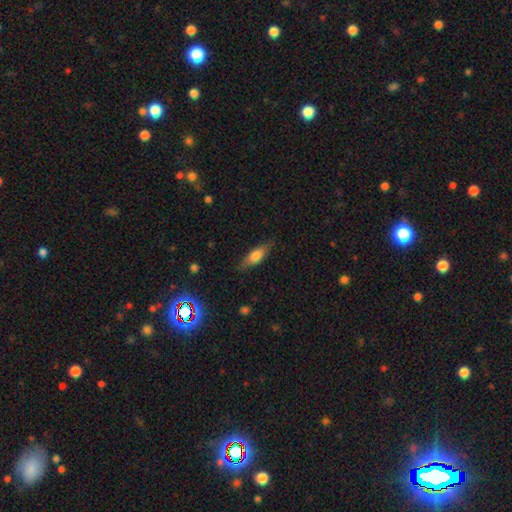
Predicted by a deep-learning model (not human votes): This is likely a smooth galaxy (65%). How rounded: possibly in between (59%). Merging: clearly none (81%).